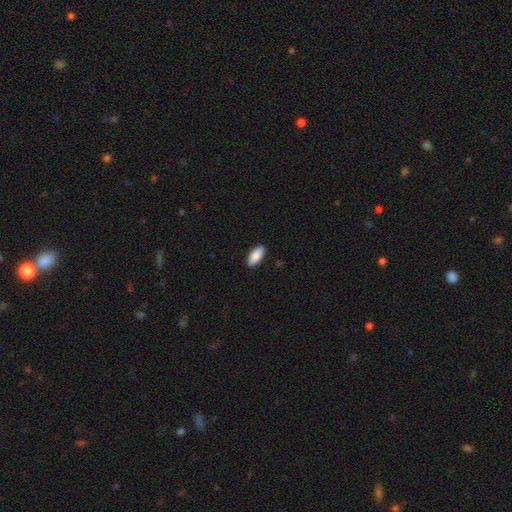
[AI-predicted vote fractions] The model was most divided on "how rounded": in between: 87%, cigar-shaped: 11%, round: 2%. More confident: merging — none (90%); smooth or featured — smooth (87%).